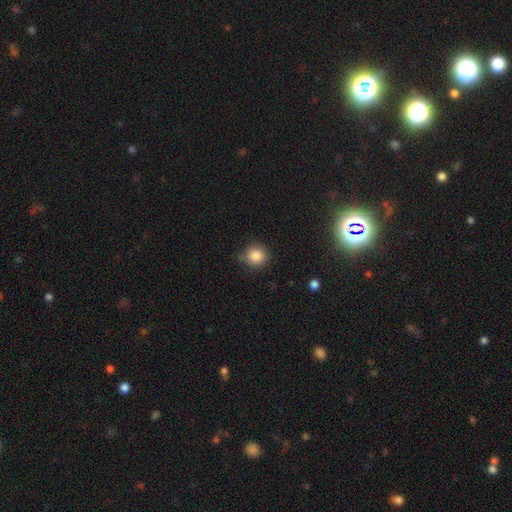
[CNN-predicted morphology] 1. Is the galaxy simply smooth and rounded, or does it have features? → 85% smooth, 10% star or artifact, 5% featured or disk.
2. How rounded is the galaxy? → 89% round, 10% in between, 1% cigar-shaped.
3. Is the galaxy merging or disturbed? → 79% none, 15% minor disturbance, 3% major disturbance, 3% merger.